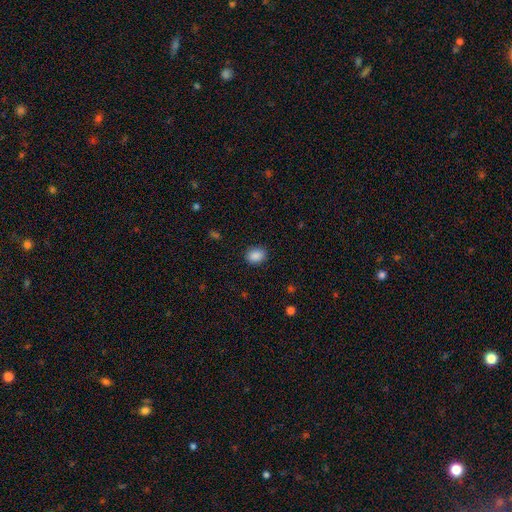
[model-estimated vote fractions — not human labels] Morphology: type=smooth (88%); roundness=in between (51%); merging=none (89%).